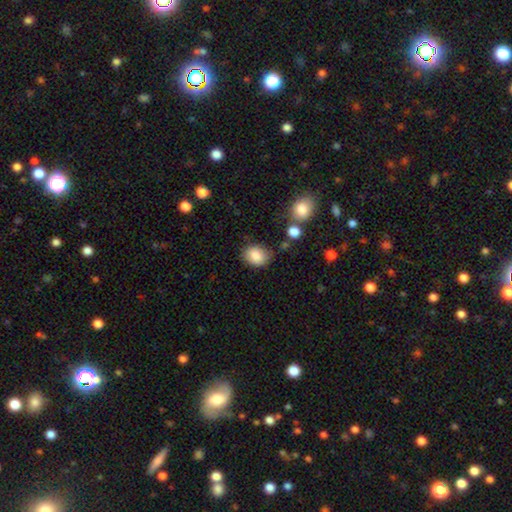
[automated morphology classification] The model was most divided on "how rounded": in between: 51%, round: 48%, cigar-shaped: 1%. More confident: smooth or featured — smooth (86%); merging — none (74%).